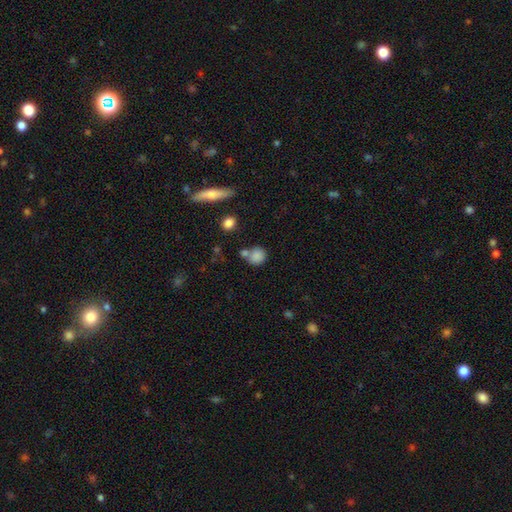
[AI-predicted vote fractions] This is clearly a smooth galaxy (82%). How rounded: likely round (80%). Merging: possibly none (53%).